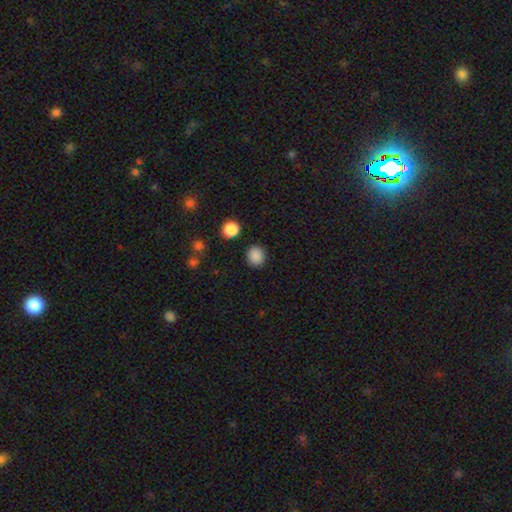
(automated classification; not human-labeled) Smooth or featured: smooth — 87% (star or artifact — 10%)
How rounded: round — 86% (in between — 13%)
Merging: none — 88% (minor disturbance — 7%)